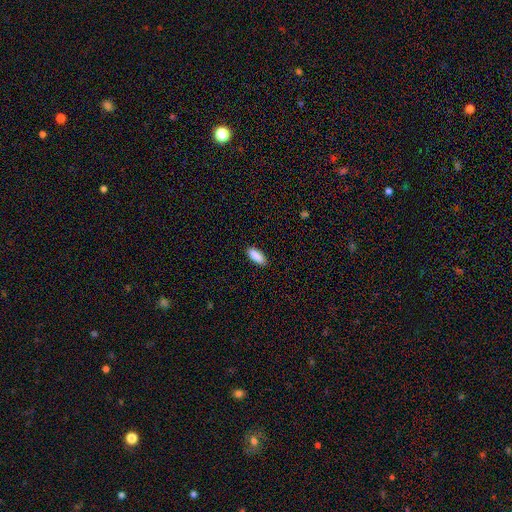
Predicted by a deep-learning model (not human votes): Smooth or featured?
  - smooth: 90% *
  - star or artifact: 7%
  - featured or disk: 4%
How rounded?
  - in between: 81% *
  - cigar-shaped: 17%
  - round: 2%
Merging?
  - none: 88% *
  - minor disturbance: 9%
  - major disturbance: 2%
  - merger: 1%